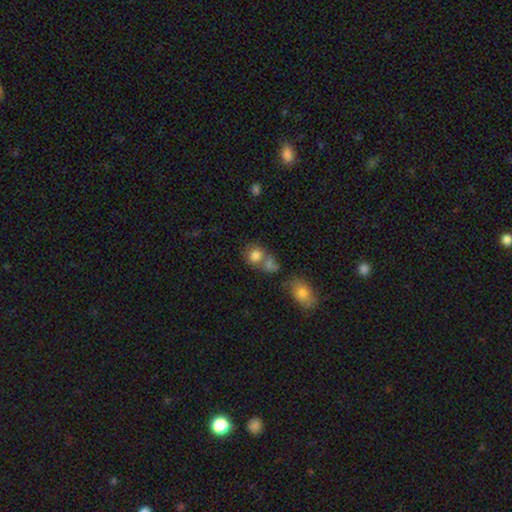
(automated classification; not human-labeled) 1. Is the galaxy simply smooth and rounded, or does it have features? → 80% smooth, 10% star or artifact, 10% featured or disk.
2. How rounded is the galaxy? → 68% round, 31% in between, 1% cigar-shaped.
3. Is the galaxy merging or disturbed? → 42% none, 40% merger, 12% minor disturbance, 7% major disturbance.